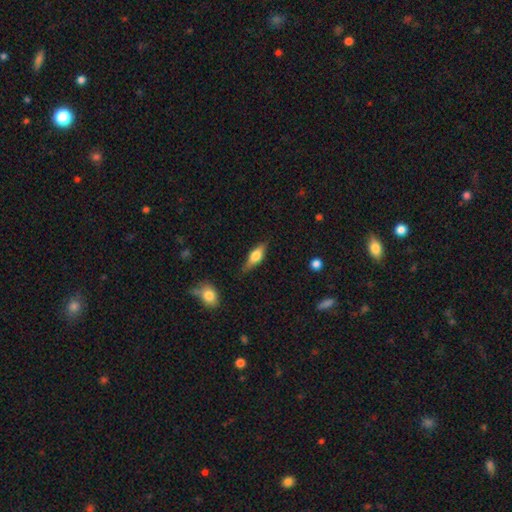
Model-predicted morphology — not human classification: A smooth galaxy with no disk features (56%) that is in between round and cigar-shaped (59%). Merging: none (77%).